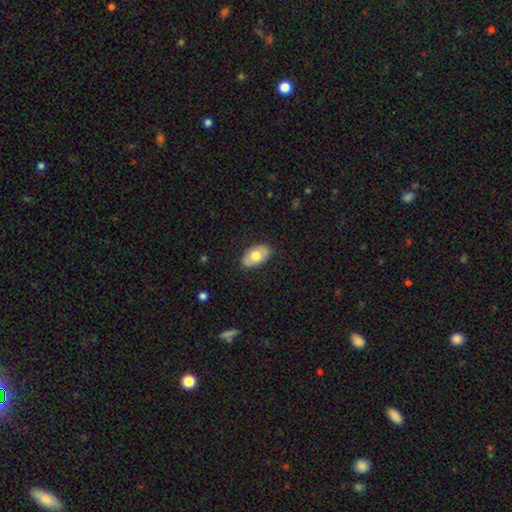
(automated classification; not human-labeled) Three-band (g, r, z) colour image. It shows a smooth galaxy with no disk features (69%) that is in between round and cigar-shaped (93%). Merging: none (82%).